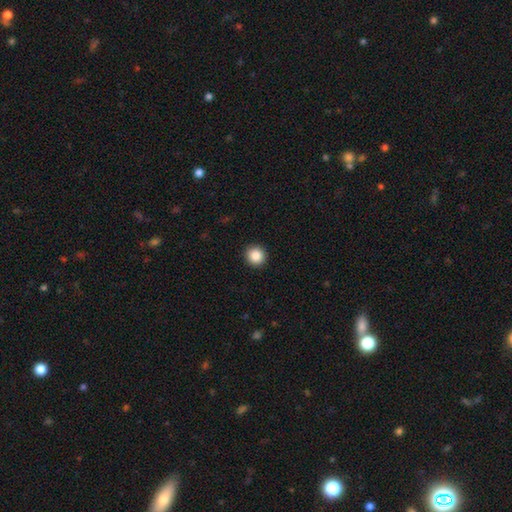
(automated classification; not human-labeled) This is clearly a smooth galaxy (87%). How rounded: clearly round (93%). Merging: clearly none (93%).